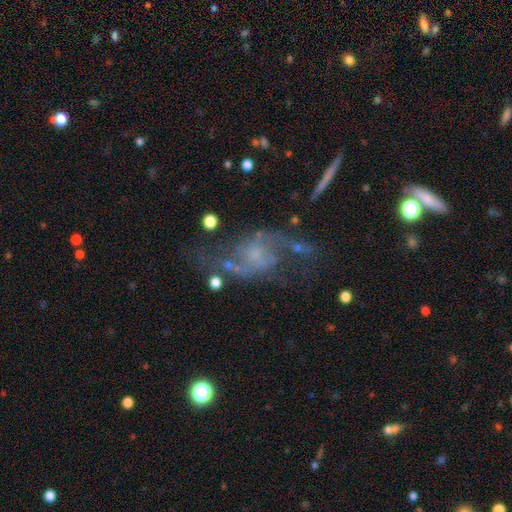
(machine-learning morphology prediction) A featured or disk galaxy (79%) with no bar (57%), 2 (89%) loose (58%) spiral arms (91%) and a small central bulge (46%). Merging: none (55%).